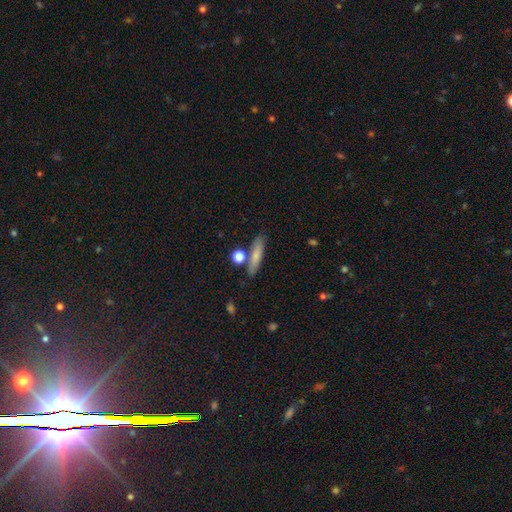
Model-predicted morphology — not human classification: Q: Smooth or featured?
A: smooth (71%); runner-up: featured or disk (21%)
Q: How rounded?
A: cigar-shaped (79%); runner-up: in between (17%)
Q: Merging?
A: none (76%); runner-up: minor disturbance (11%)